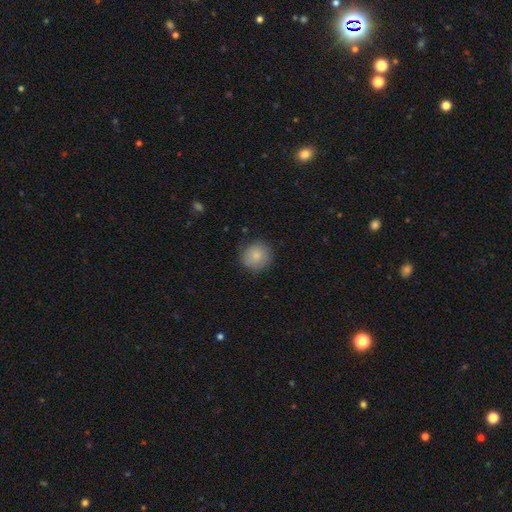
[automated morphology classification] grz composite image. It shows a smooth galaxy with no disk features (84%) that is round (90%). Merging: none (80%).